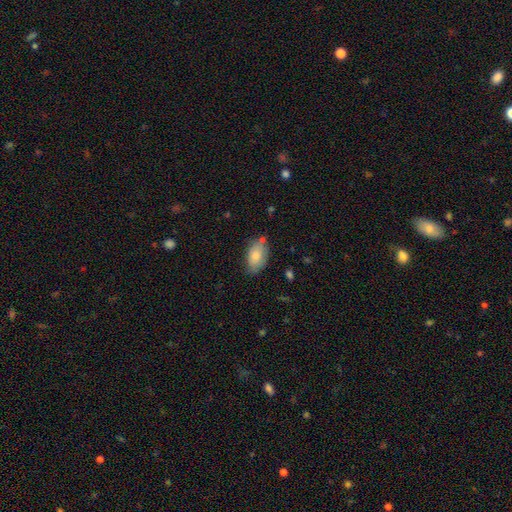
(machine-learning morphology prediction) smooth 80%, featured or disk 13%, star or artifact 7%. Down the decision tree: how rounded — in between (93%); merging — none (68%).